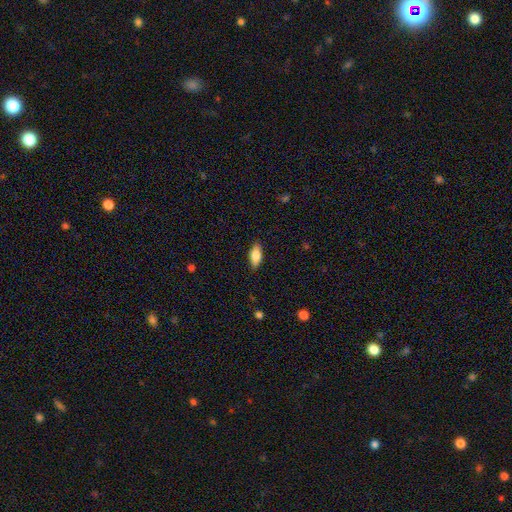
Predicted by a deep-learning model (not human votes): A smooth galaxy with no disk features (78%) that is in between round and cigar-shaped (82%).

Vote fractions:
- Smooth or featured? smooth: 78% / featured or disk: 15% / star or artifact: 7%
- How rounded? in between: 82% / cigar-shaped: 15% / round: 3%
- Merging? none: 85% / minor disturbance: 11% / major disturbance: 2% / merger: 1%